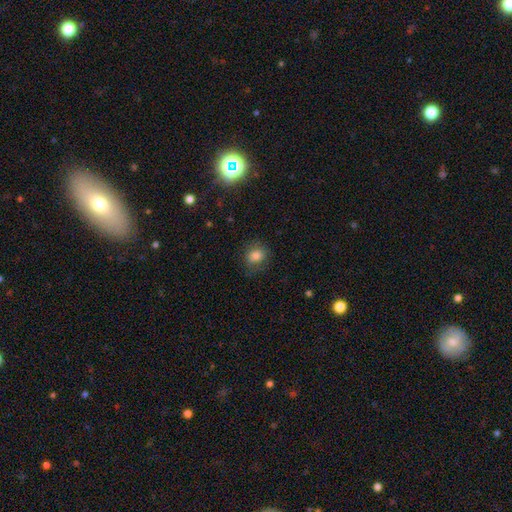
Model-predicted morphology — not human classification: smooth_or_featured: smooth (p=0.80) [alt: star or artifact p=0.11]
how_rounded: round (p=0.67) [alt: in between p=0.32]
merging: none (p=0.77) [alt: minor disturbance p=0.16]